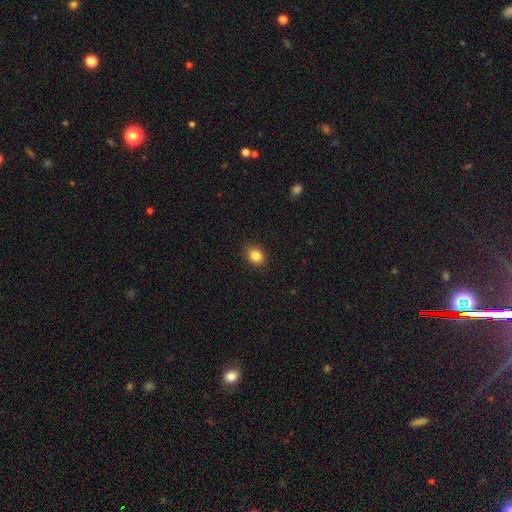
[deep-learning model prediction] Morphology: type=smooth (85%); roundness=round (53%); merging=none (89%).